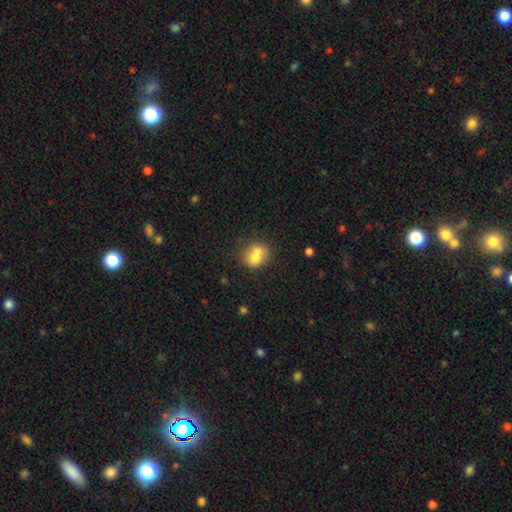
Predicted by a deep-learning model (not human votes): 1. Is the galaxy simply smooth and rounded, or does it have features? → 68% smooth, 22% featured or disk, 10% star or artifact.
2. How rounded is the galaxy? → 59% round, 40% in between, 1% cigar-shaped.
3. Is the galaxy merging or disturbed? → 49% merger, 36% none, 11% minor disturbance, 4% major disturbance.